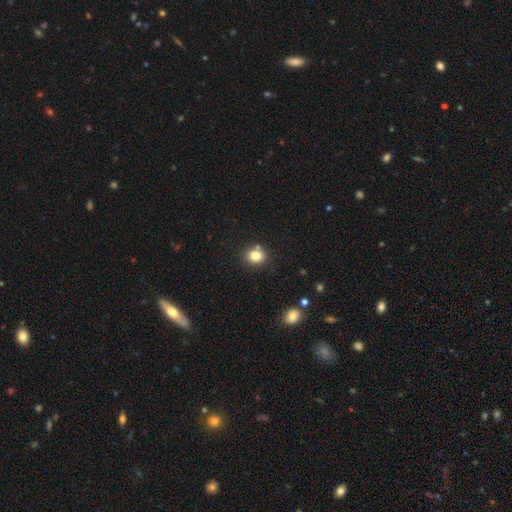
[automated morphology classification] Smooth or featured: smooth — 81% (star or artifact — 12%)
How rounded: round — 68% (in between — 31%)
Merging: none — 77% (minor disturbance — 10%)